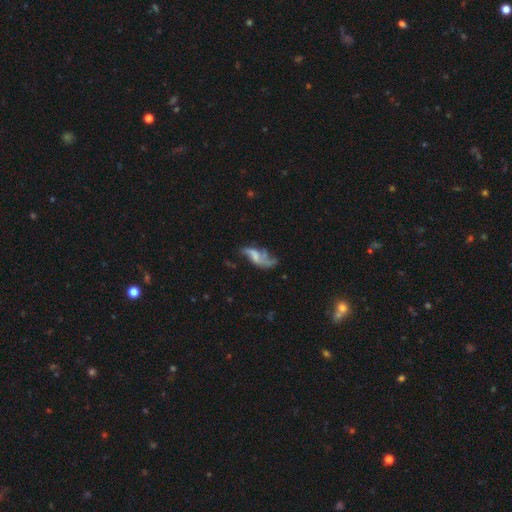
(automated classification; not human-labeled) Smooth or featured: featured or disk — 60% (smooth — 29%)
Edge-on disk: no — 92% (yes — 8%)
Bar: no — 58% (weak — 32%)
Spiral arms: yes — 66% (no — 34%)
Bulge size: none — 50% (small — 25%)
Merging: major disturbance — 37% (none — 30%)